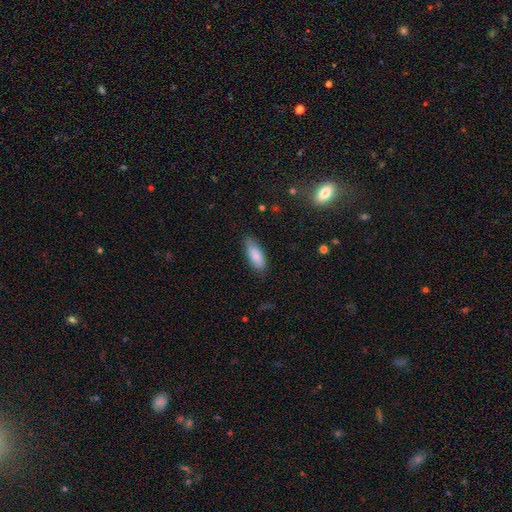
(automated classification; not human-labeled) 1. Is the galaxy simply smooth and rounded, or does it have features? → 84% smooth, 10% featured or disk, 6% star or artifact.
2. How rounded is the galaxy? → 78% in between, 20% cigar-shaped, 2% round.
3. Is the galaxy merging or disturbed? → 77% none, 19% minor disturbance, 3% major disturbance, 1% merger.